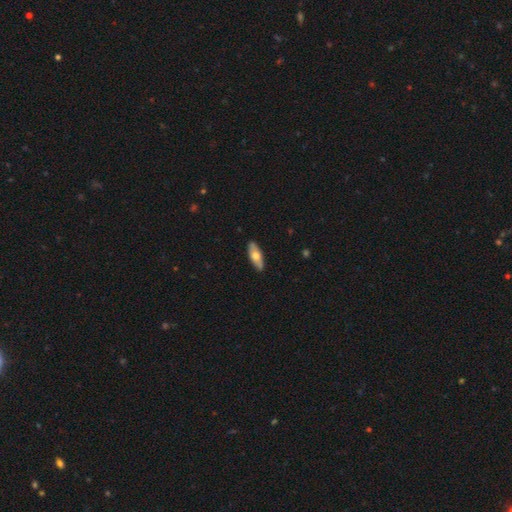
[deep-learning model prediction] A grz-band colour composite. It shows a smooth galaxy with no disk features (59%) that is in between round and cigar-shaped (70%). Merging: none (89%).